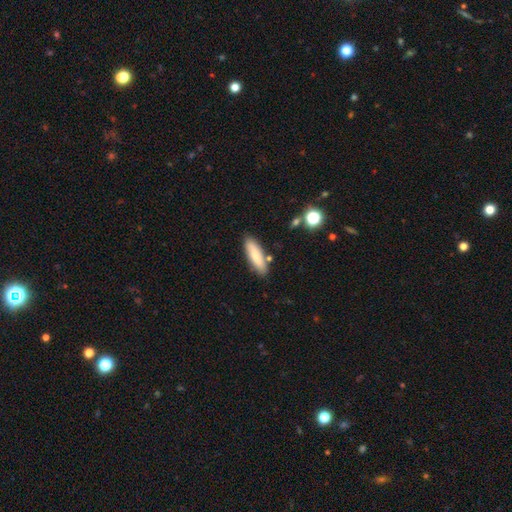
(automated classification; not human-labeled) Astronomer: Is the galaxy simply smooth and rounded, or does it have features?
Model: smooth — 80%.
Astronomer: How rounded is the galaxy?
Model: cigar-shaped — 57% (runner-up: in between, 41%).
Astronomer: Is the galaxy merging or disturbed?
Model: none — 83%.